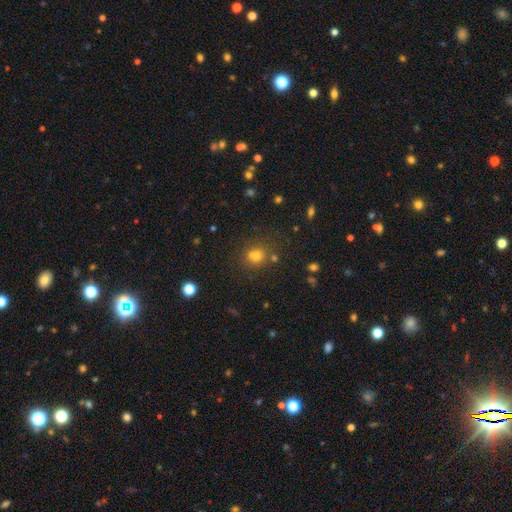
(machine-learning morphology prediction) Smooth or featured? smooth (71%)
How rounded? round (75%)
Merging? none (67%)